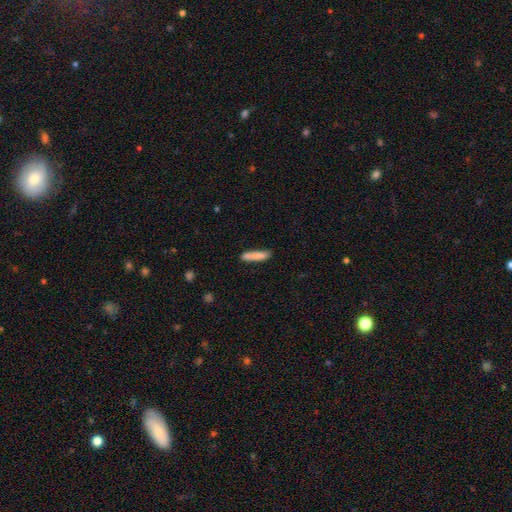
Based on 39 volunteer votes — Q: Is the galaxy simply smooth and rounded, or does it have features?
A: smooth — 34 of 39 (87%).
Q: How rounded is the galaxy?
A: cigar-shaped — 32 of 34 (94%).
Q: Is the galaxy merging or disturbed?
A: none — 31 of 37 (84%).